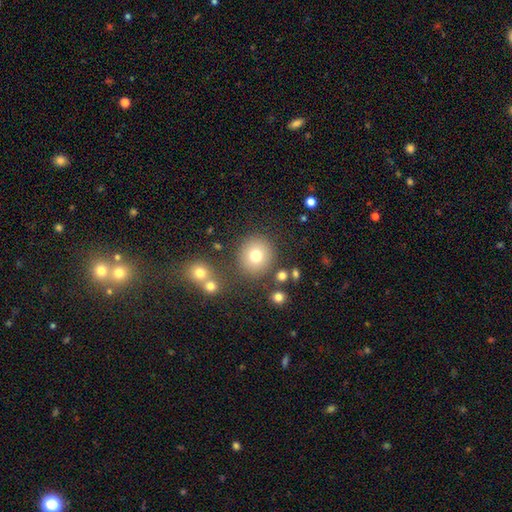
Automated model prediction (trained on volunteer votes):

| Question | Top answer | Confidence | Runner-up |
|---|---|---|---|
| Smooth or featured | smooth | 77% | star or artifact (13%) |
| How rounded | round | 91% | in between (8%) |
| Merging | none | 81% | minor disturbance (8%) |